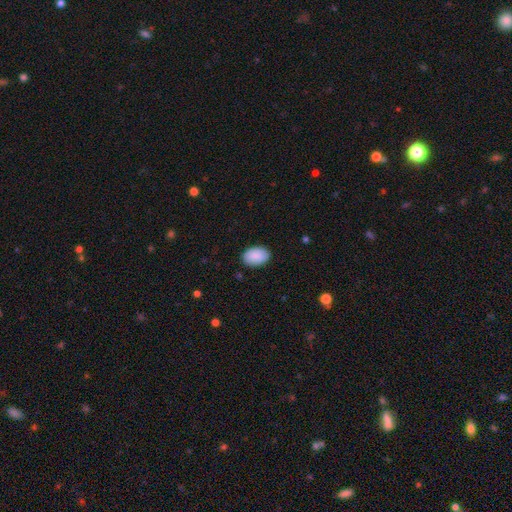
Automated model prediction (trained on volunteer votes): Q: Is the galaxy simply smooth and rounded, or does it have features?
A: smooth — 91%.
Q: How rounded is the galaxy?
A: in between — 89%.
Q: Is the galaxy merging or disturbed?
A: none — 88%.